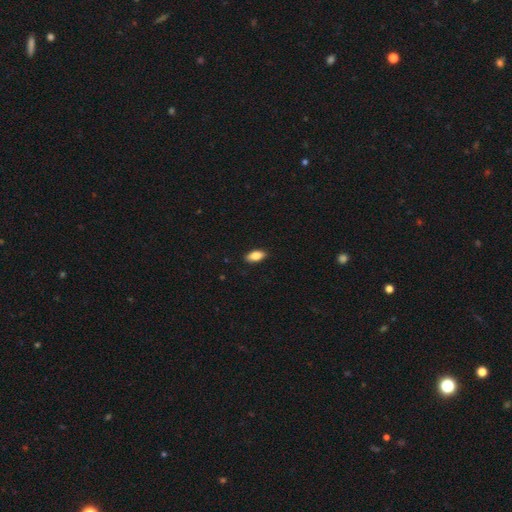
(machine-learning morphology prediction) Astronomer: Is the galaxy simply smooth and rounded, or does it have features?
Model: smooth — 83%.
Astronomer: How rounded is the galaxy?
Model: in between — 88%.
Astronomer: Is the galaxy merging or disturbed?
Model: none — 88%.